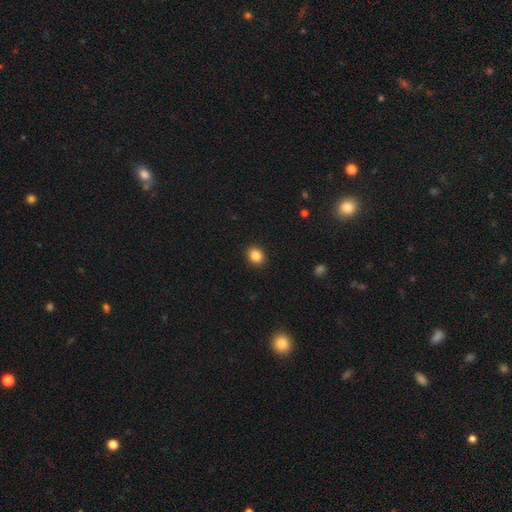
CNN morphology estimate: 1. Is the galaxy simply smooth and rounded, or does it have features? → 85% smooth, 10% star or artifact, 5% featured or disk.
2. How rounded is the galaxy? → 72% round, 27% in between, 1% cigar-shaped.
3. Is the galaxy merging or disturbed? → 92% none, 5% minor disturbance, 2% major disturbance, 1% merger.